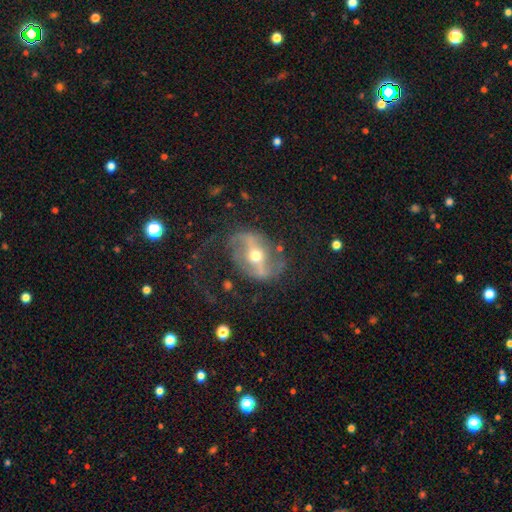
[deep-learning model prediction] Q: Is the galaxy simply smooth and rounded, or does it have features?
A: featured or disk — 82%.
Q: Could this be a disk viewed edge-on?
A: no — 90%.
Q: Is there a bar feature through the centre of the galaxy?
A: strong — 65%.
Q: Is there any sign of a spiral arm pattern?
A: yes — 74%.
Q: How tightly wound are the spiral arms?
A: loose — 53%.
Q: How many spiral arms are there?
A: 2 — 85%.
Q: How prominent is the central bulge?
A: moderate — 66%.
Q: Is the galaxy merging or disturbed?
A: none — 64%.